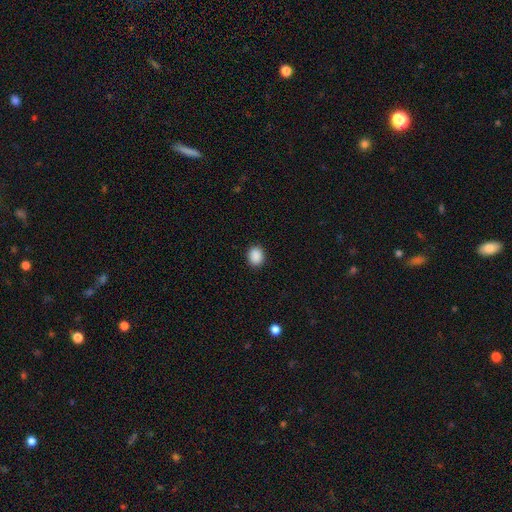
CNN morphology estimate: Overall: smooth (89%). How rounded: round (60%; in between 39%). Merging: none (91%).